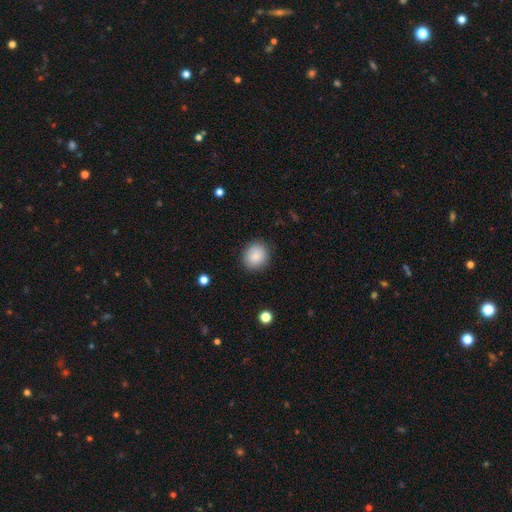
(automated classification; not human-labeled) Smooth or featured? Predicted: smooth (p=0.87). How rounded? Predicted: round (p=0.77). Merging? Predicted: none (p=0.88).